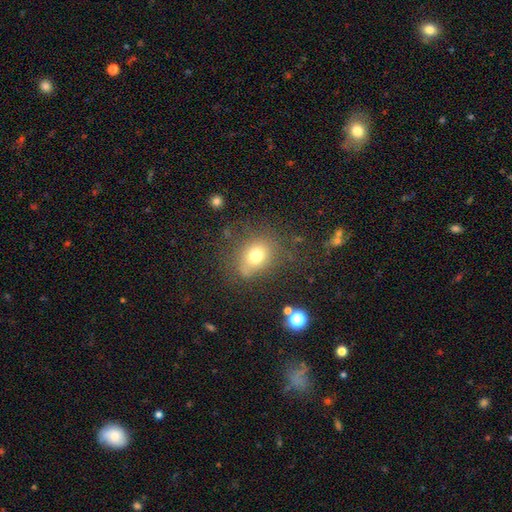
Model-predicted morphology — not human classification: smooth 72%, star or artifact 15%, featured or disk 14%. Down the decision tree: how rounded — round (50%); merging — none (68%).